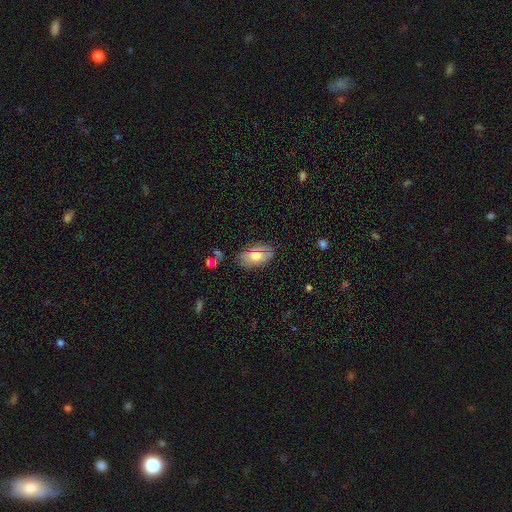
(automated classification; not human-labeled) This appears to be a smooth galaxy with no disk features (69%) that is in between round and cigar-shaped (93%). Merging: none (77%).